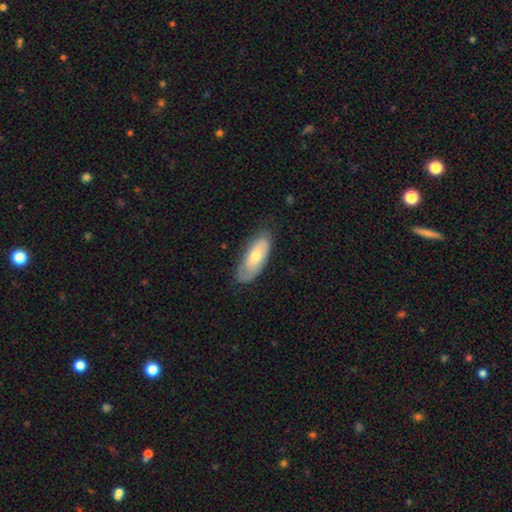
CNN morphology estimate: Smooth or featured? smooth (62%)
How rounded? in between (80%)
Merging? none (69%)